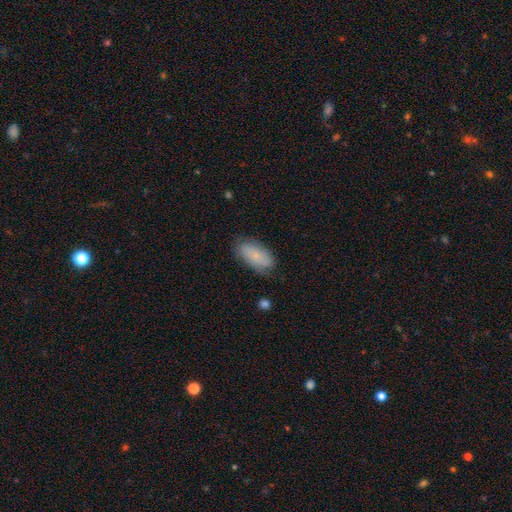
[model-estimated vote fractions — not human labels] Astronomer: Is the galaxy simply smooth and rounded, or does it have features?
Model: smooth — 74%.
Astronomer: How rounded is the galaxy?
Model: in between — 91%.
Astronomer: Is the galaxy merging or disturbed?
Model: none — 74%.